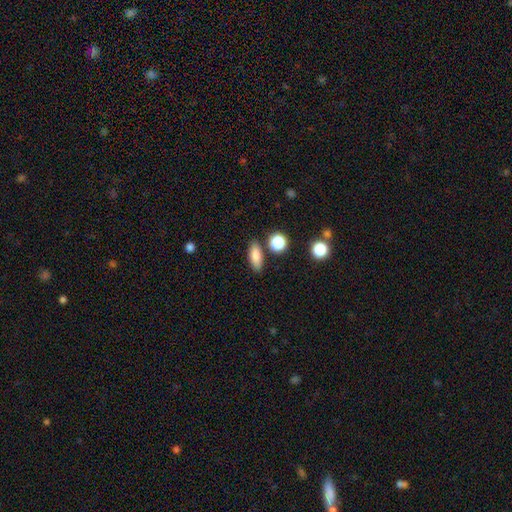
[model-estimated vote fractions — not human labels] Smooth or featured? Predicted: smooth (p=0.82). How rounded? Predicted: in between (p=0.68). Merging? Predicted: none (p=0.81).